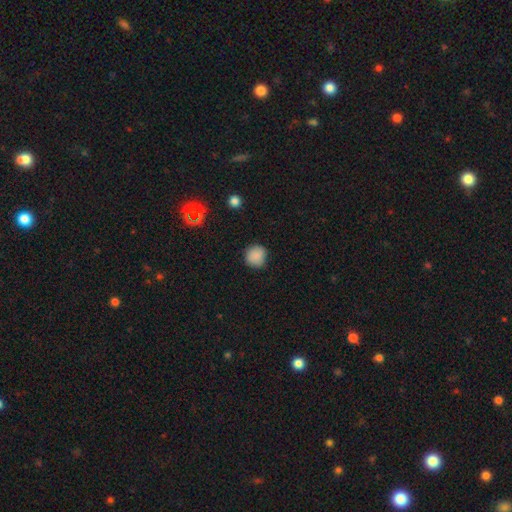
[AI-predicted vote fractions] Q: Smooth or featured?
A: smooth (86%); runner-up: star or artifact (11%)
Q: How rounded?
A: round (91%); runner-up: in between (8%)
Q: Merging?
A: none (85%); runner-up: minor disturbance (11%)